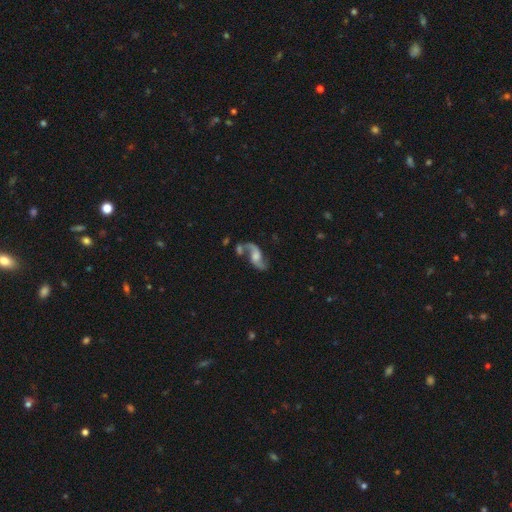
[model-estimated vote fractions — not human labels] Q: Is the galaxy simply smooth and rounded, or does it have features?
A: featured or disk — 82%.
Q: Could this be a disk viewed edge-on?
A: no — 94%.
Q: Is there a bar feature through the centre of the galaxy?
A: no — 54%.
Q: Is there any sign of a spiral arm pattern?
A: yes — 94%.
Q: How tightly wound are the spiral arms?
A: loose — 79%.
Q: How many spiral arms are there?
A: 2 — 91%.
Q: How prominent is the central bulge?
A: moderate — 37%.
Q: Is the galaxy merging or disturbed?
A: none — 54%.